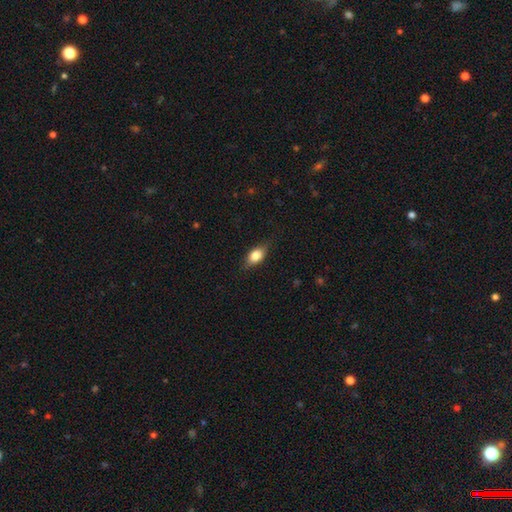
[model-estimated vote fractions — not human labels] A smooth galaxy with no disk features (77%) that is in between round and cigar-shaped (82%). Merging: none (81%).